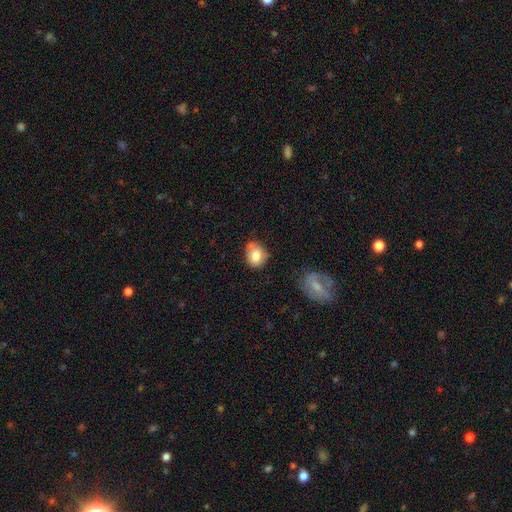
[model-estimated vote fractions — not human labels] A smooth galaxy with no disk features (77%) that is round (51%). Merging: none (54%).